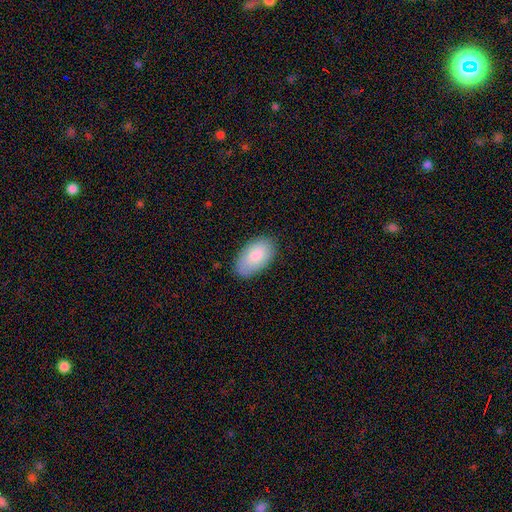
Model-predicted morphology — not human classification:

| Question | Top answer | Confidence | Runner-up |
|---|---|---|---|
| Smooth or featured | smooth | 83% | featured or disk (11%) |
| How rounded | in between | 96% | round (3%) |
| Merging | none | 80% | minor disturbance (16%) |